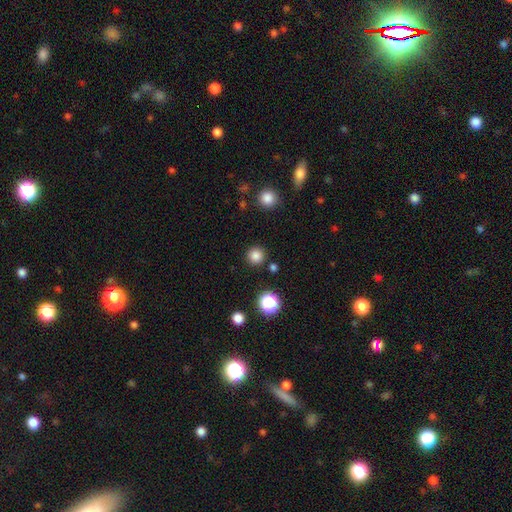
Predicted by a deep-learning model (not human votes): A smooth galaxy with no disk features (82%) that is round (95%). Merging: none (89%).